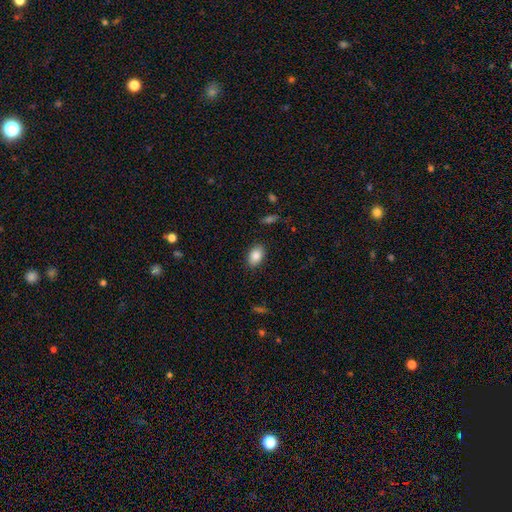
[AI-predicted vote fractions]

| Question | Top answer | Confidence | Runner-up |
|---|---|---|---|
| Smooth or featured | smooth | 86% | star or artifact (8%) |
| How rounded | in between | 88% | round (11%) |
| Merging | none | 87% | minor disturbance (9%) |